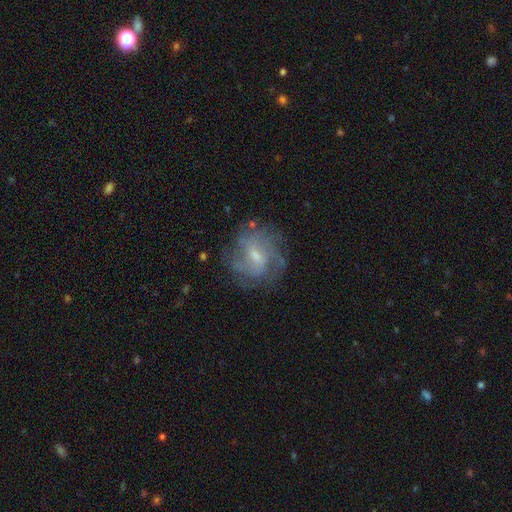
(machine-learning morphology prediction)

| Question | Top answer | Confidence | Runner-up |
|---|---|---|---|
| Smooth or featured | featured or disk | 71% | smooth (20%) |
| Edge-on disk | no | 97% | yes (3%) |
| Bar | weak | 56% | no (31%) |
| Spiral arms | yes | 82% | no (18%) |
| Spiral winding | medium | 42% | tight (38%) |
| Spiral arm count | can't tell | 42% | 2 (21%) |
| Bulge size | small | 53% | moderate (38%) |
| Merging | none | 69% | minor disturbance (18%) |